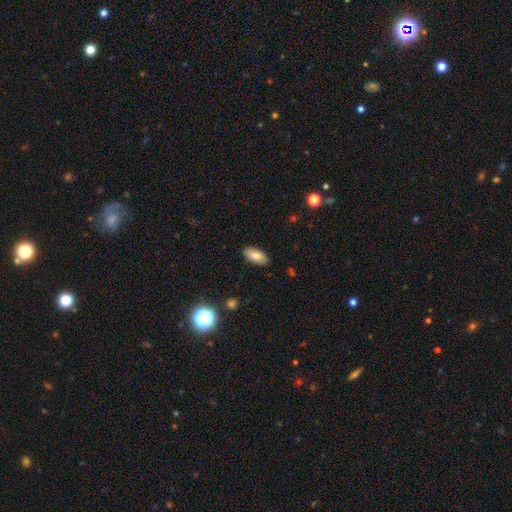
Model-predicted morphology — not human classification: smooth-or-featured: smooth: 82% | featured or disk: 10% | star or artifact: 8%
  how-rounded: in between: 91% | cigar-shaped: 6% | round: 3%
  merging: none: 87% | minor disturbance: 10% | major disturbance: 2% | merger: 1%